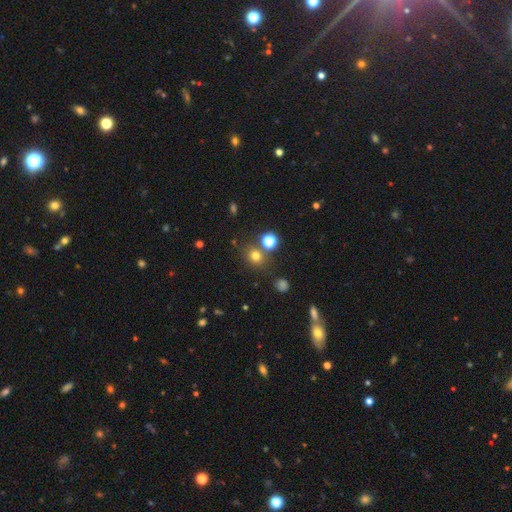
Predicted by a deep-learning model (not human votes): A smooth galaxy with no disk features (72%) that is round (77%).

Vote fractions:
- Smooth or featured? smooth: 72% / star or artifact: 20% / featured or disk: 8%
- How rounded? round: 77% / in between: 22% / cigar-shaped: 1%
- Merging? none: 72% / merger: 13% / minor disturbance: 10% / major disturbance: 4%